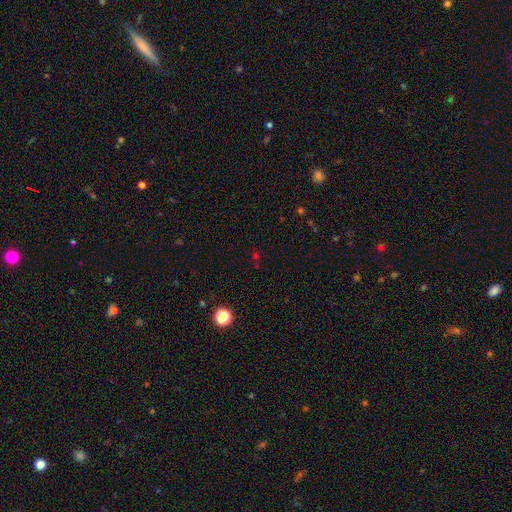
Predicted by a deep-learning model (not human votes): A star or artifact, not a galaxy (60%).